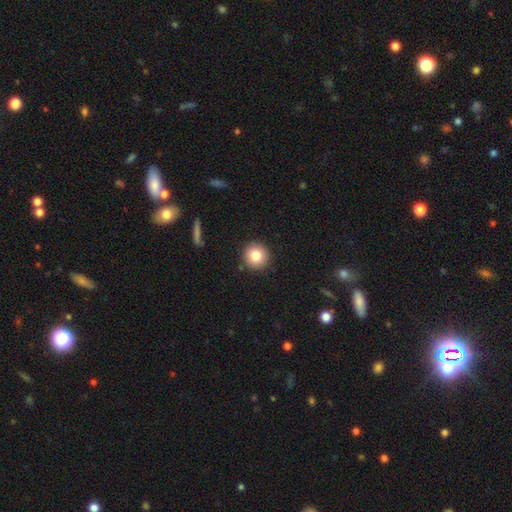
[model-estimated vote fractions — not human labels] Q: Smooth or featured?
A: smooth (82%); runner-up: star or artifact (10%)
Q: How rounded?
A: round (94%); runner-up: in between (5%)
Q: Merging?
A: none (90%); runner-up: minor disturbance (6%)